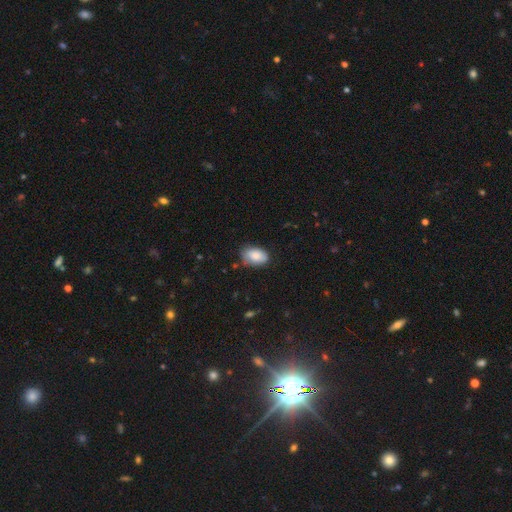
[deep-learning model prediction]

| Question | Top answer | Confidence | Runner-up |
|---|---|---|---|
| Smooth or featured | smooth | 83% | featured or disk (10%) |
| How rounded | in between | 89% | round (9%) |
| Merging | none | 72% | minor disturbance (22%) |